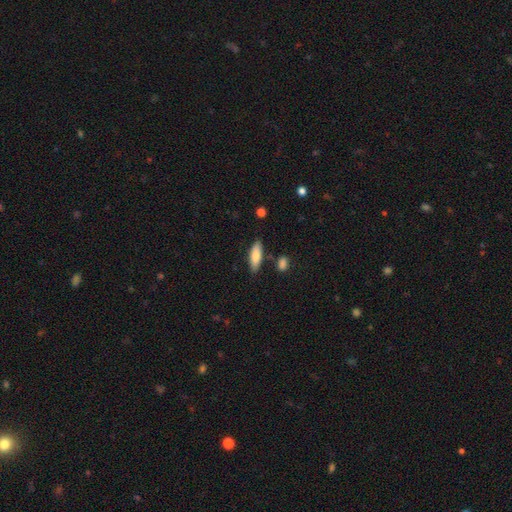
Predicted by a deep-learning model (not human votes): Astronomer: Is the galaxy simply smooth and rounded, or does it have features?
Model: smooth — 81%.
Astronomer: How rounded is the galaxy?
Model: in between — 59% (runner-up: cigar-shaped, 39%).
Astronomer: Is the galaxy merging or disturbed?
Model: none — 80%.